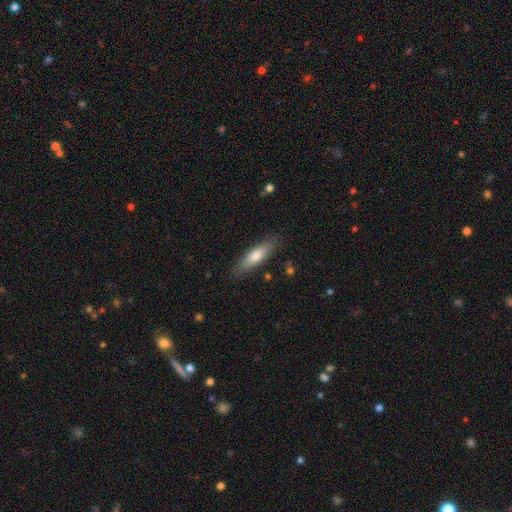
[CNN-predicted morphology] A smooth galaxy with no disk features (70%) that is cigar-shaped (62%). Merging: none (84%).